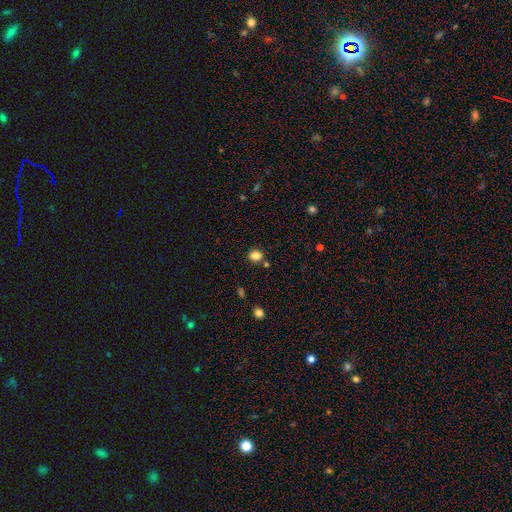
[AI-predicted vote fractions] This is clearly a smooth galaxy (83%). How rounded: likely round (60%). Merging: likely none (79%).